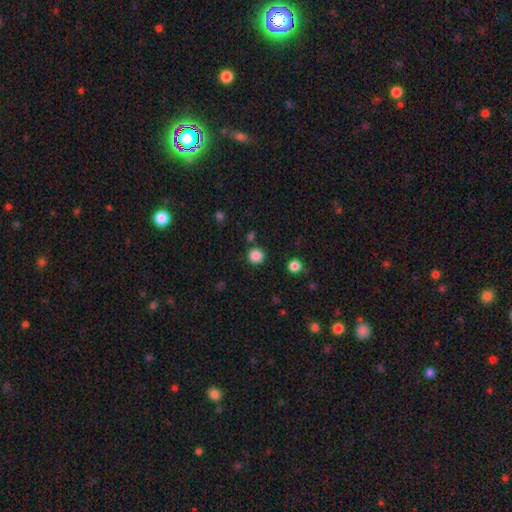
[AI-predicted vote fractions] Smooth or featured?
  - smooth: 86% *
  - star or artifact: 12%
  - featured or disk: 3%
How rounded?
  - round: 94% *
  - in between: 5%
  - cigar-shaped: 1%
Merging?
  - none: 88% *
  - minor disturbance: 6%
  - merger: 3%
  - major disturbance: 2%